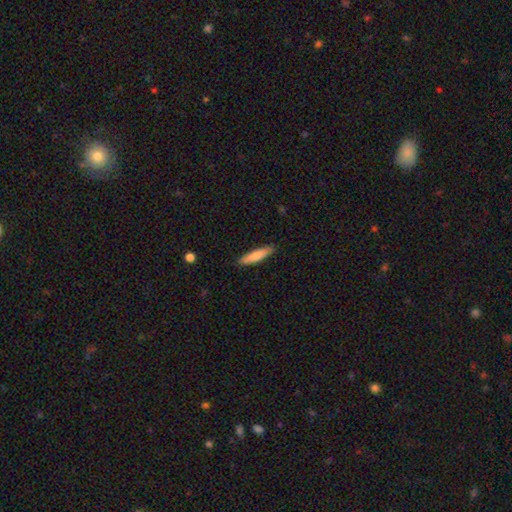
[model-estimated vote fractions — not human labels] Smooth or featured? smooth (74%)
How rounded? cigar-shaped (84%)
Merging? none (89%)